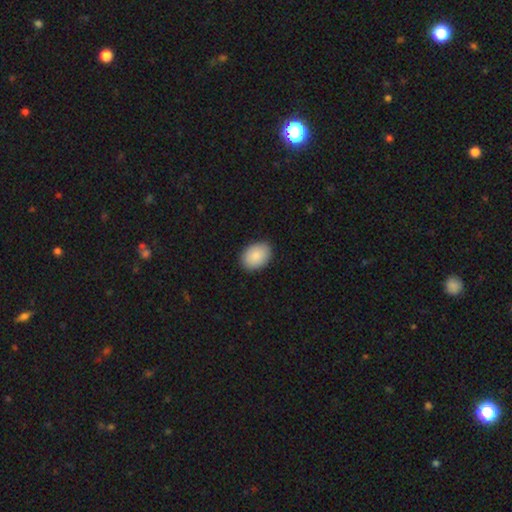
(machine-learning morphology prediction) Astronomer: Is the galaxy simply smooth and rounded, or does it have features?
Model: smooth — 89%.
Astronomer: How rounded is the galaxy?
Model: in between — 75%.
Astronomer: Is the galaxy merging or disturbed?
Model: none — 88%.